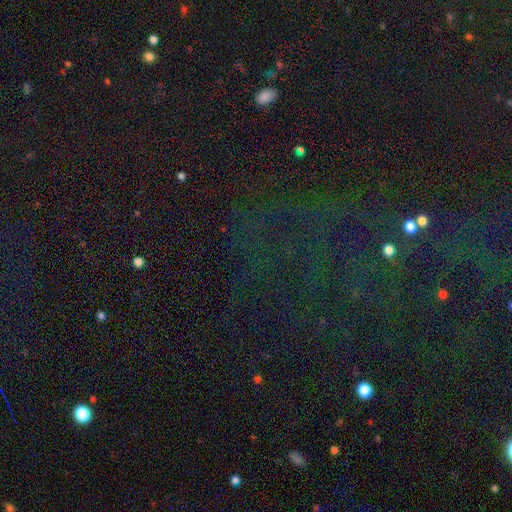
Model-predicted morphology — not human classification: star or artifact 79%, smooth 13%, featured or disk 8%.